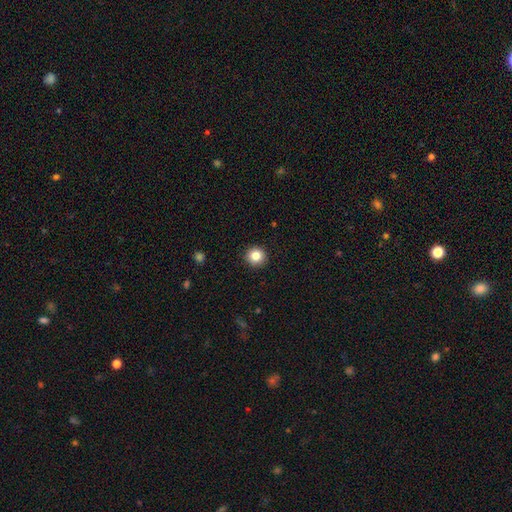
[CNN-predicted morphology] A smooth galaxy with no disk features (83%) that is round (94%).

Vote fractions:
- Smooth or featured? smooth: 83% / star or artifact: 10% / featured or disk: 6%
- How rounded? round: 94% / in between: 5% / cigar-shaped: 1%
- Merging? none: 93% / minor disturbance: 5% / major disturbance: 2% / merger: 1%